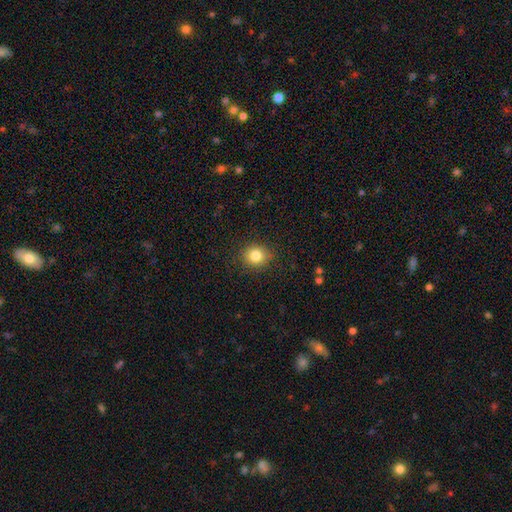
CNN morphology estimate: smooth 83%, star or artifact 11%, featured or disk 6%. Down the decision tree: how rounded — round (81%); merging — none (88%).